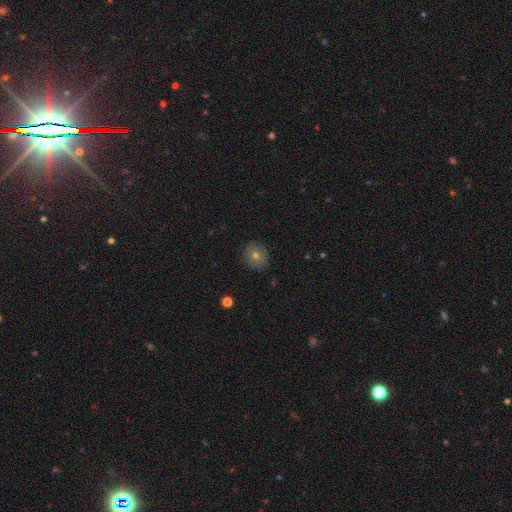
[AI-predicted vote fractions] A smooth galaxy with no disk features (64%) that is round (89%).

Vote fractions:
- Smooth or featured? smooth: 64% / featured or disk: 24% / star or artifact: 13%
- How rounded? round: 89% / in between: 10% / cigar-shaped: 1%
- Merging? none: 88% / minor disturbance: 9% / major disturbance: 2% / merger: 1%